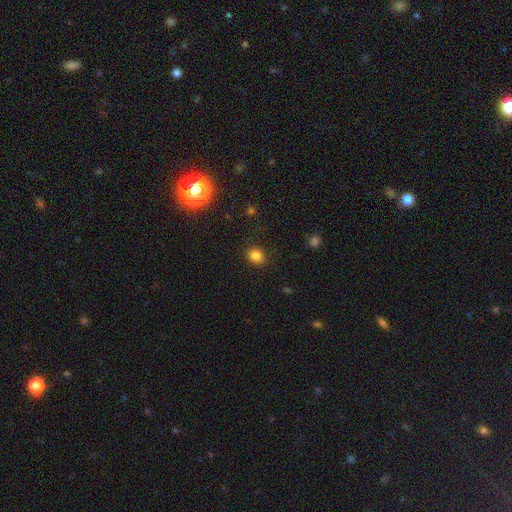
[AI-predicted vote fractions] Smooth or featured: smooth — 83% (star or artifact — 13%)
How rounded: round — 66% (in between — 33%)
Merging: none — 86% (minor disturbance — 10%)